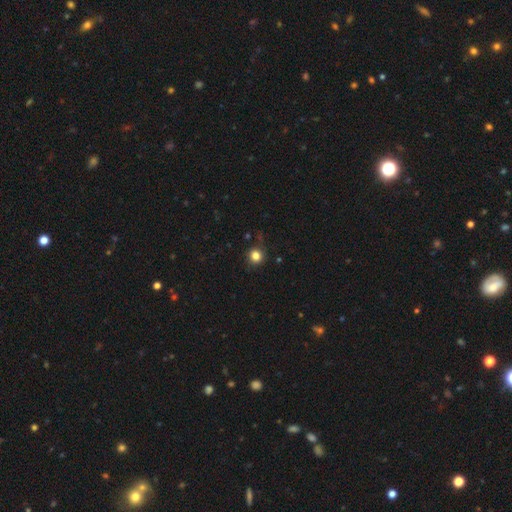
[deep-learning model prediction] A smooth galaxy with no disk features (82%) that is round (91%).

Vote fractions:
- Smooth or featured? smooth: 82% / star or artifact: 13% / featured or disk: 5%
- How rounded? round: 91% / in between: 8% / cigar-shaped: 1%
- Merging? none: 84% / minor disturbance: 11% / major disturbance: 3% / merger: 2%